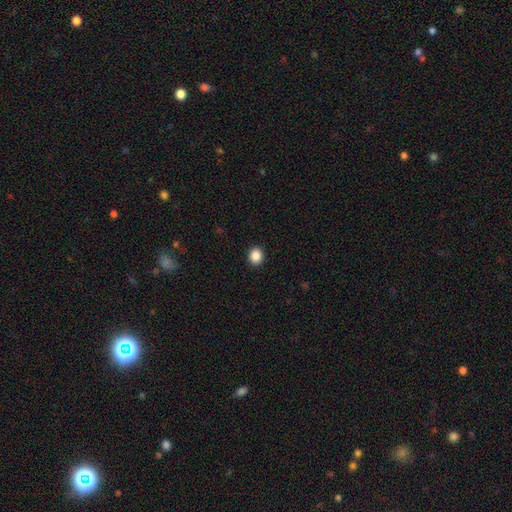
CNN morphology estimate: smooth 88%, star or artifact 10%, featured or disk 3%. Down the decision tree: how rounded — round (74%); merging — none (92%).